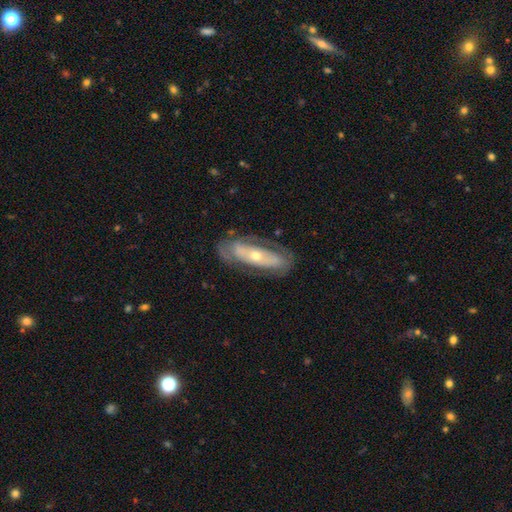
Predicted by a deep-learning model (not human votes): Smooth or featured?
  - featured or disk: 69% *
  - smooth: 25%
  - star or artifact: 6%
Edge-on disk?
  - no: 80% *
  - yes: 20%
Bar?
  - no: 71% *
  - weak: 15%
  - strong: 14%
Spiral arms?
  - no: 51% *
  - yes: 49%
Bulge size?
  - small: 50% *
  - moderate: 45%
  - large: 3%
  - dominant: 1%
  - none: 1%
Merging?
  - none: 73% *
  - minor disturbance: 17%
  - major disturbance: 9%
  - merger: 2%